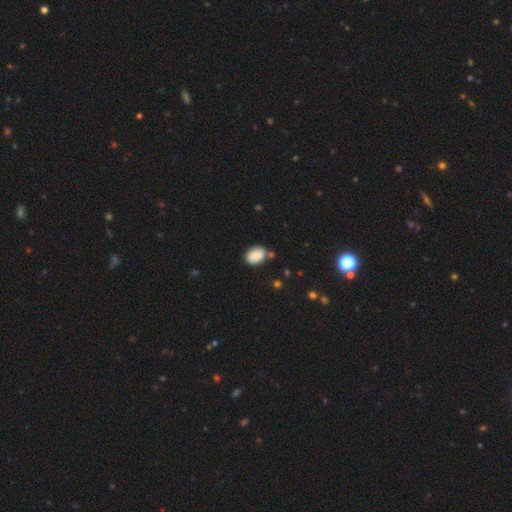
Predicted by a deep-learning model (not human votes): Overall: smooth (83%). How rounded: in between (69%; round 30%). Merging: none (71%).